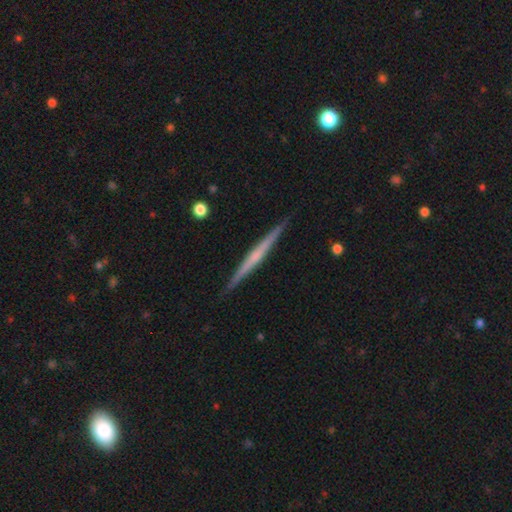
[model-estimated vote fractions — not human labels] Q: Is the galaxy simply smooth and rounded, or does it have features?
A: featured or disk — 66%.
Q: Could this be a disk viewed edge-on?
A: yes — 98%.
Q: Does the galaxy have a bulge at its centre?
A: none — 61%.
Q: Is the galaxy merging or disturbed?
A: none — 92%.